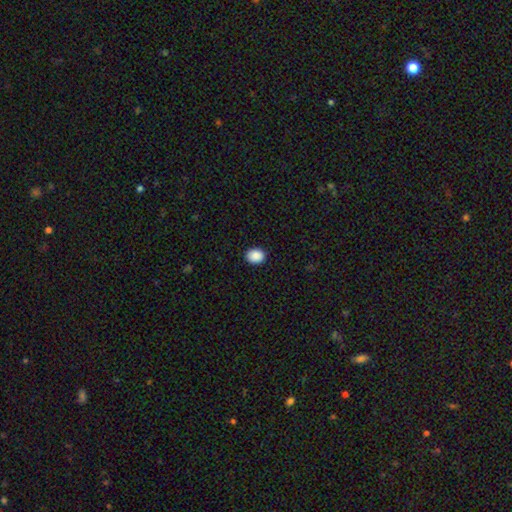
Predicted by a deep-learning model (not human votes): smooth_or_featured: smooth (p=0.89) [alt: star or artifact p=0.08]
how_rounded: round (p=0.56) [alt: in between p=0.44]
merging: none (p=0.91) [alt: minor disturbance p=0.06]